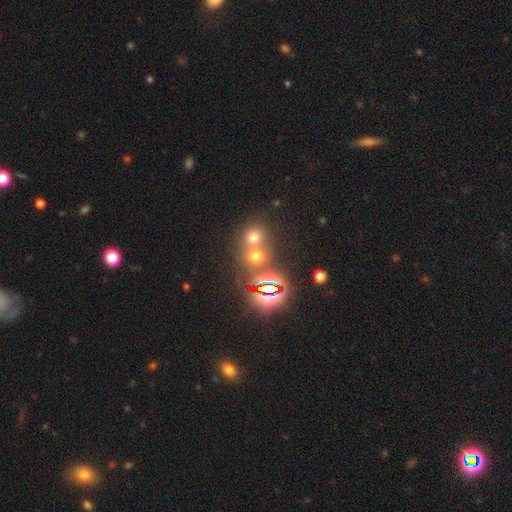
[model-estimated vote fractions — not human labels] A smooth galaxy with no disk features (46%). Merging: none (46%).